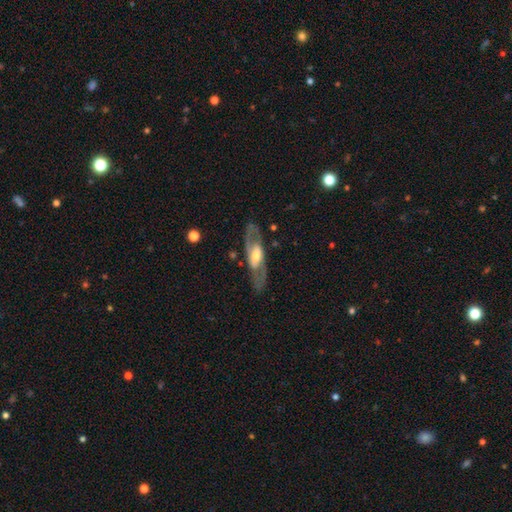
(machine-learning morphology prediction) Overall: featured or disk (74%). Edge-on disk: no (75%). Bar: weak (37%; no 36%). Spiral arms: yes (67%; no 33%). Bulge size: moderate (53%; large 24%). Merging: none (81%).